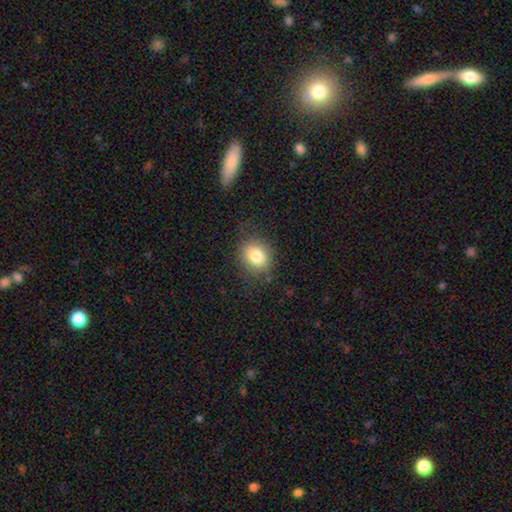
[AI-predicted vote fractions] Smooth or featured? smooth (80%)
How rounded? round (67%)
Merging? none (79%)